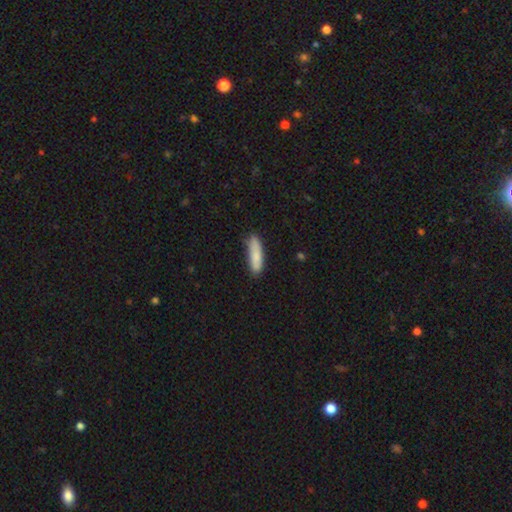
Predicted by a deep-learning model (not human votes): smooth_or_featured: smooth (p=0.82) [alt: featured or disk p=0.12]
how_rounded: cigar-shaped (p=0.66) [alt: in between p=0.32]
merging: none (p=0.76) [alt: minor disturbance p=0.19]